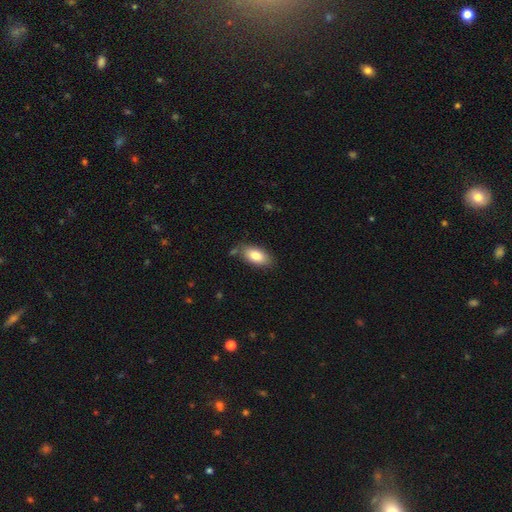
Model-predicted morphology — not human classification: Smooth or featured?
  - smooth: 82% *
  - featured or disk: 11%
  - star or artifact: 7%
How rounded?
  - in between: 92% *
  - cigar-shaped: 5%
  - round: 4%
Merging?
  - none: 77% *
  - minor disturbance: 15%
  - merger: 5%
  - major disturbance: 3%